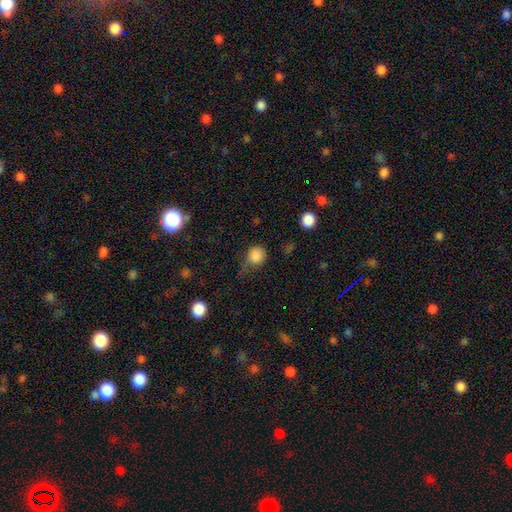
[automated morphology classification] Smooth or featured?
  - smooth: 83% *
  - star or artifact: 12%
  - featured or disk: 5%
How rounded?
  - round: 80% *
  - in between: 19%
  - cigar-shaped: 1%
Merging?
  - none: 46% *
  - minor disturbance: 33%
  - major disturbance: 18%
  - merger: 3%